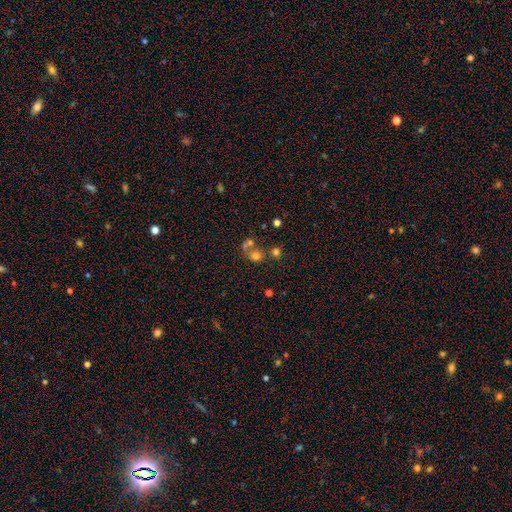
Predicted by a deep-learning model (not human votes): A smooth galaxy with no disk features (68%) that is round (79%). Merging: merger (43%, tied with none).